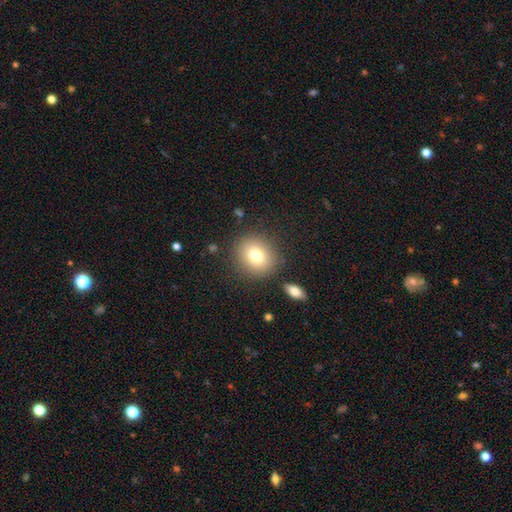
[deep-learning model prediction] This appears to be a smooth galaxy with no disk features (77%) that is round (78%). Merging: none (84%).